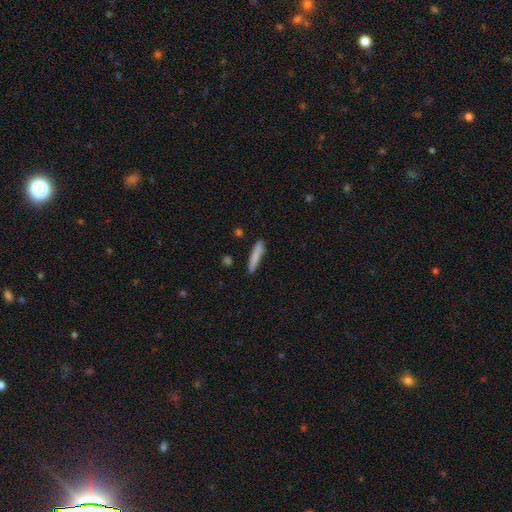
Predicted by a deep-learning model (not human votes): Overall: smooth (81%). How rounded: cigar-shaped (90%). Merging: none (81%).